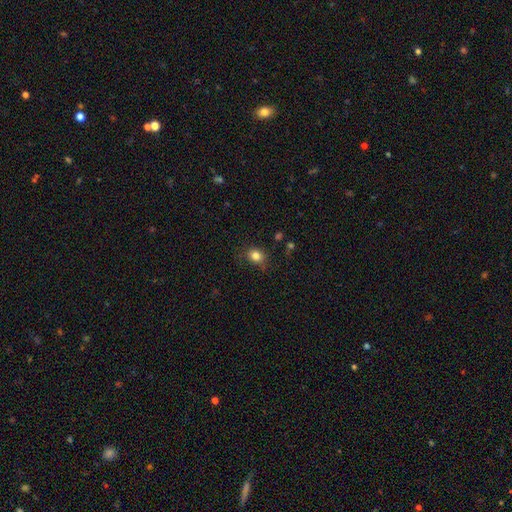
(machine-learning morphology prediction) A smooth galaxy with no disk features (83%) that is round (60%).

Vote fractions:
- Smooth or featured? smooth: 83% / star or artifact: 12% / featured or disk: 6%
- How rounded? round: 60% / in between: 39% / cigar-shaped: 1%
- Merging? none: 76% / minor disturbance: 17% / major disturbance: 5% / merger: 2%